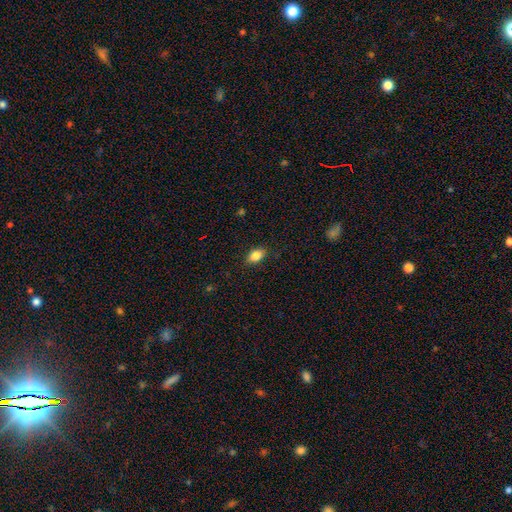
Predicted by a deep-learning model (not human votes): A smooth galaxy with no disk features (85%) that is in between round and cigar-shaped (86%). Merging: none (86%).